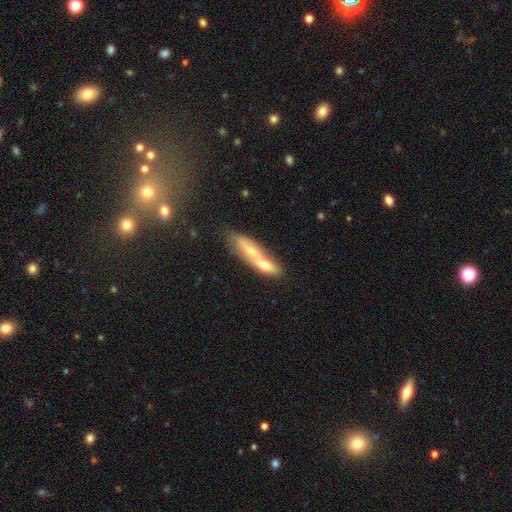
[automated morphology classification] Smooth or featured? Predicted: featured or disk (p=0.47). Merging? Predicted: merger (p=0.51).